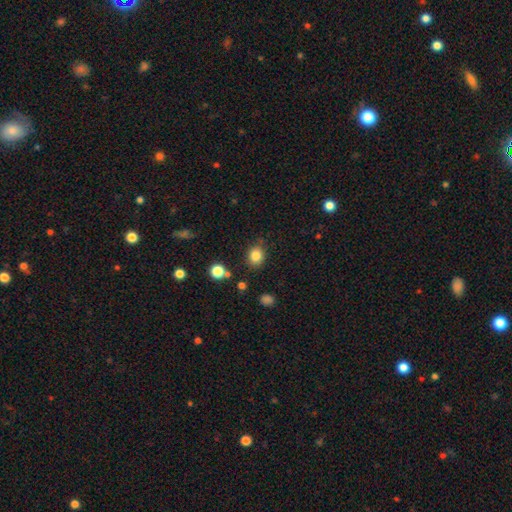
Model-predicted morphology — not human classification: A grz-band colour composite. It shows a smooth galaxy with no disk features (83%) that is round (61%). Merging: none (80%).